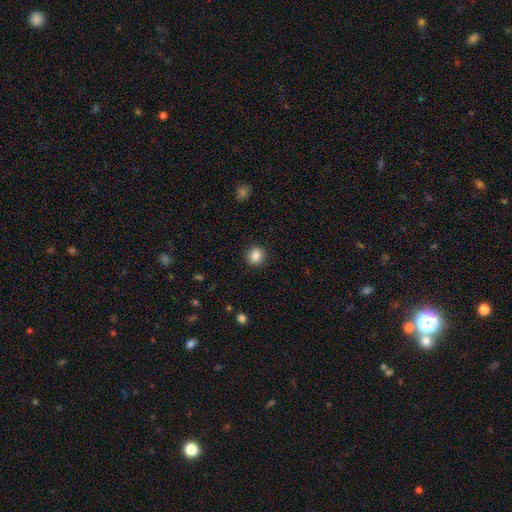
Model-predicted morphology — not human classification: Q: Smooth or featured?
A: smooth (87%); runner-up: star or artifact (10%)
Q: How rounded?
A: round (87%); runner-up: in between (12%)
Q: Merging?
A: none (91%); runner-up: minor disturbance (6%)